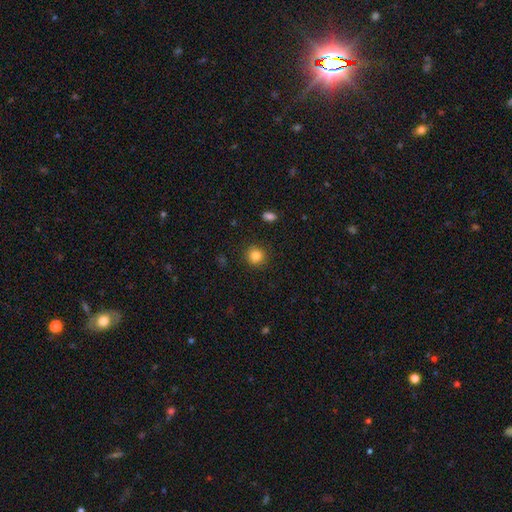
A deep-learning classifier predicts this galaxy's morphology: Smooth or featured? Predicted: smooth (p=0.84). How rounded? Predicted: round (p=0.88). Merging? Predicted: none (p=0.89).